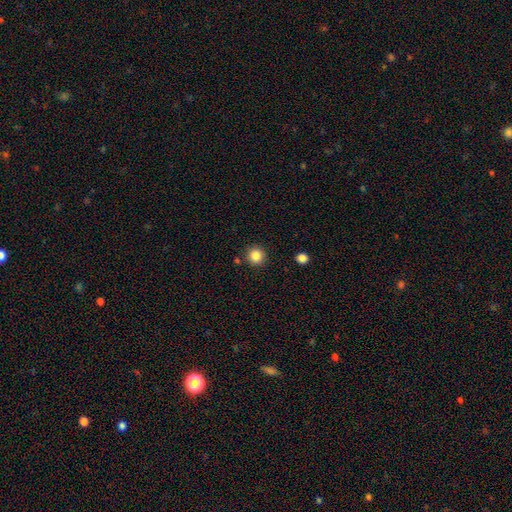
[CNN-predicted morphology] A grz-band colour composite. It shows a smooth galaxy with no disk features (85%) that is round (94%). Merging: none (89%).